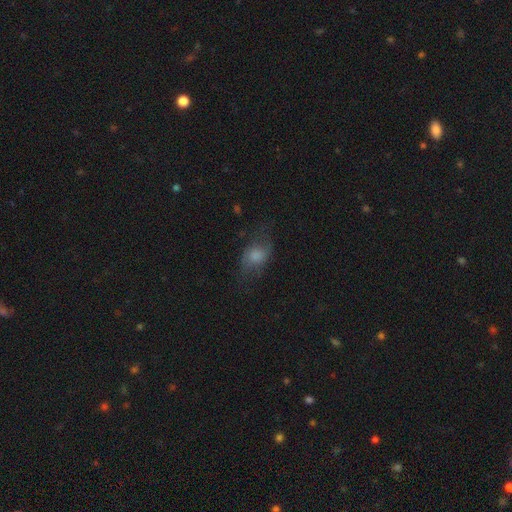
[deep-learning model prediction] A smooth galaxy with no disk features (63%) that is in between round and cigar-shaped (77%). Merging: none (52%).